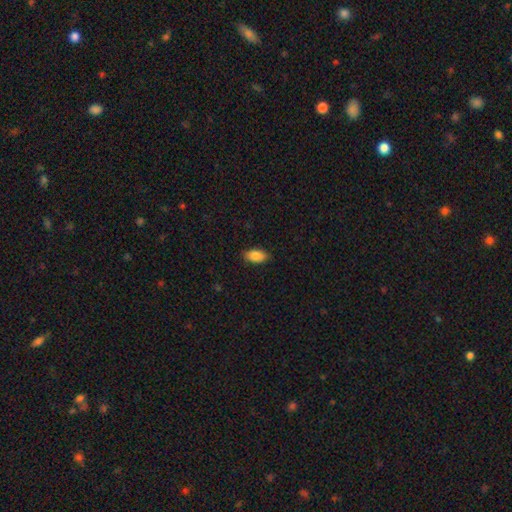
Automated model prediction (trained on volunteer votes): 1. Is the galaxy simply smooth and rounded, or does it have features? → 87% smooth, 7% star or artifact, 5% featured or disk.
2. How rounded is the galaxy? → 93% in between, 4% round, 3% cigar-shaped.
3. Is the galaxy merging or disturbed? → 87% none, 10% minor disturbance, 2% major disturbance, 1% merger.